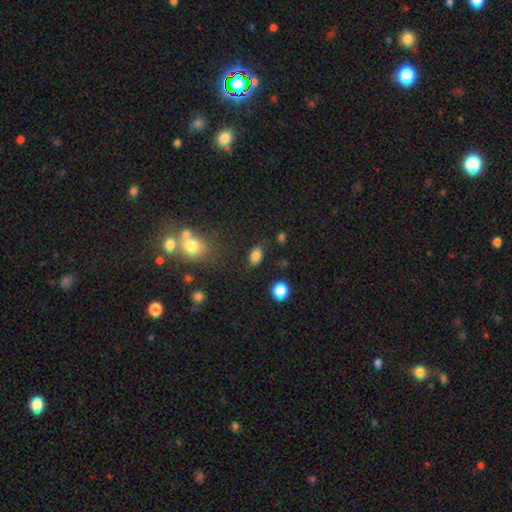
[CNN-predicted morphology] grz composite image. It shows a smooth galaxy with no disk features (83%) that is in between round and cigar-shaped (85%). Merging: none (75%).